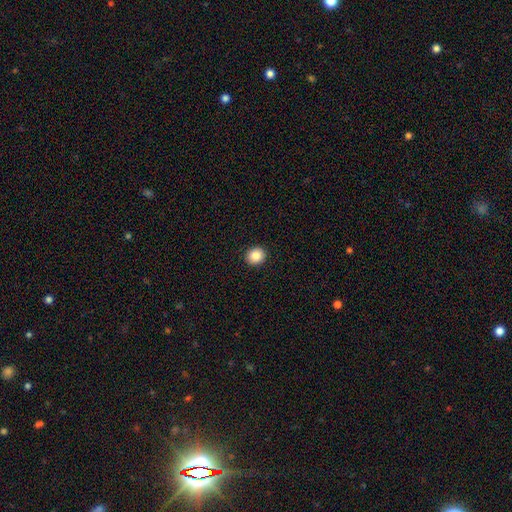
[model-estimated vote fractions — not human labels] smooth-or-featured: smooth: 86% | star or artifact: 9% | featured or disk: 5%
  how-rounded: round: 83% | in between: 16% | cigar-shaped: 1%
  merging: none: 93% | minor disturbance: 5% | major disturbance: 2% | merger: 1%